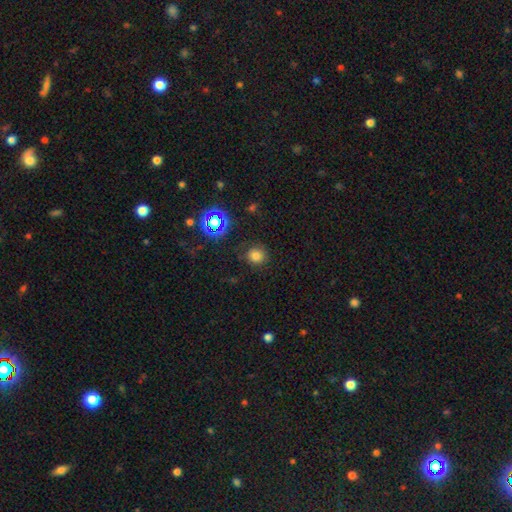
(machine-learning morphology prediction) smooth-or-featured: smooth: 74% | star or artifact: 20% | featured or disk: 6%
  how-rounded: round: 88% | in between: 11% | cigar-shaped: 1%
  merging: none: 81% | minor disturbance: 13% | major disturbance: 5% | merger: 2%